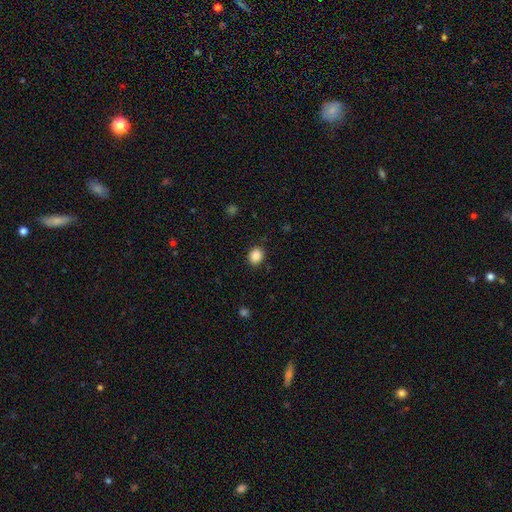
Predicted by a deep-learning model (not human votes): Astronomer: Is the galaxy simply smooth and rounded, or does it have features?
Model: smooth — 87%.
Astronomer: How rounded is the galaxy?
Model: round — 57% (runner-up: in between, 42%).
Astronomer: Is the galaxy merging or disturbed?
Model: none — 89%.